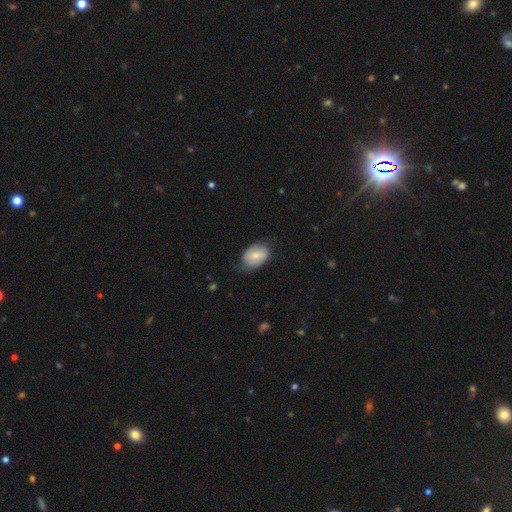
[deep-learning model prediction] smooth 70%, featured or disk 24%, star or artifact 6%. Down the decision tree: how rounded — in between (83%); merging — none (62%).